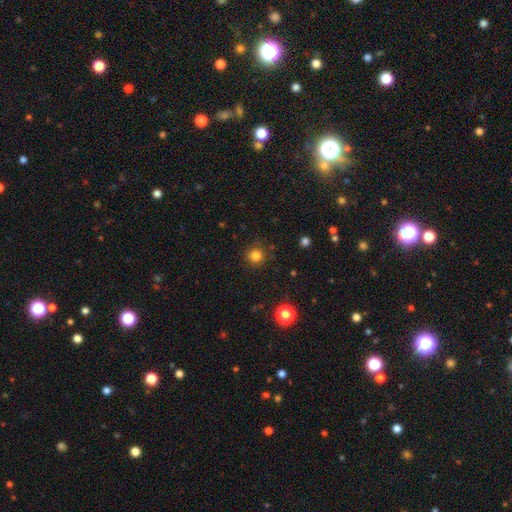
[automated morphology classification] Q: Smooth or featured?
A: smooth (82%); runner-up: star or artifact (13%)
Q: How rounded?
A: round (94%); runner-up: in between (5%)
Q: Merging?
A: none (89%); runner-up: minor disturbance (7%)